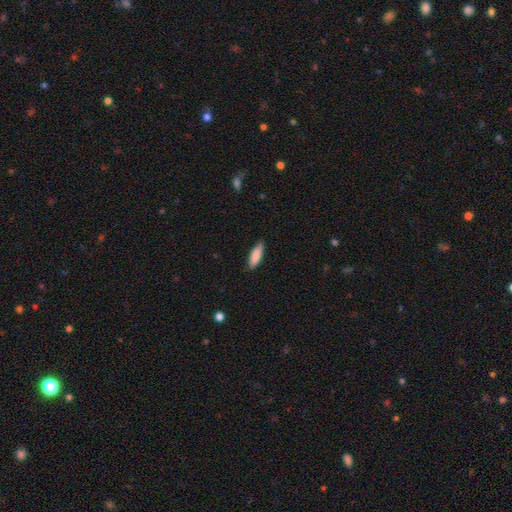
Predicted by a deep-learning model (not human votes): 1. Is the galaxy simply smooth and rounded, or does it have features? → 87% smooth, 8% featured or disk, 6% star or artifact.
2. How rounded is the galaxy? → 52% in between, 47% cigar-shaped, 2% round.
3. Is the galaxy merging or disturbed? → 84% none, 13% minor disturbance, 2% major disturbance, 1% merger.